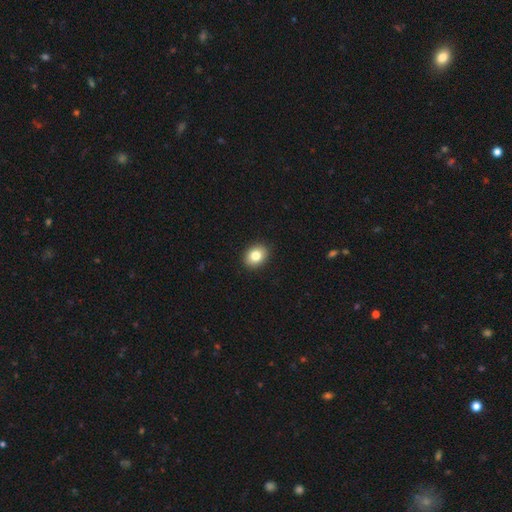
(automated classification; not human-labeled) Smooth or featured? smooth (82%)
How rounded? in between (57%)
Merging? none (91%)